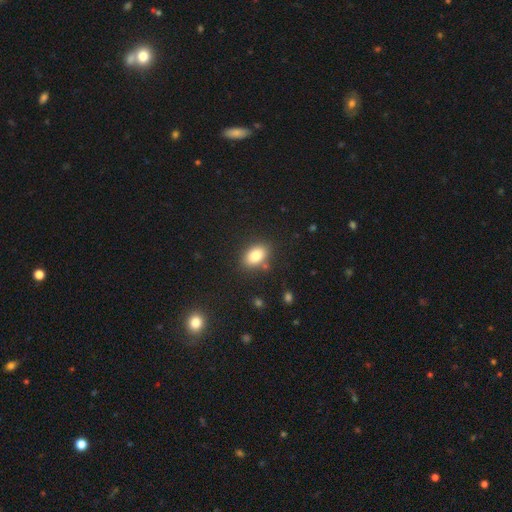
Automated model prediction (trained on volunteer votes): Smooth or featured?
  - smooth: 82% *
  - featured or disk: 9%
  - star or artifact: 9%
How rounded?
  - in between: 84% *
  - round: 14%
  - cigar-shaped: 1%
Merging?
  - none: 82% *
  - minor disturbance: 11%
  - merger: 4%
  - major disturbance: 3%